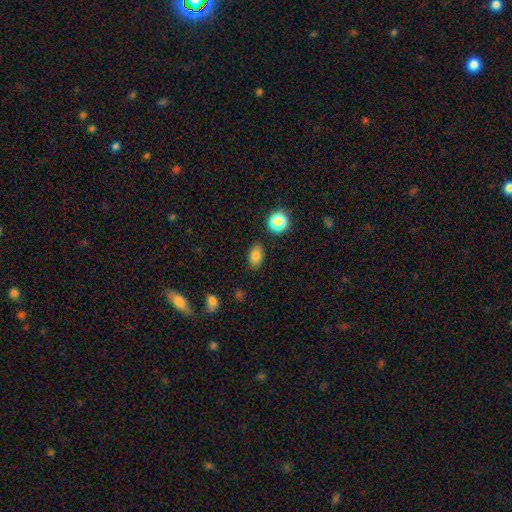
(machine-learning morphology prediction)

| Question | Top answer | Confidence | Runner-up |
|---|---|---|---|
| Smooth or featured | smooth | 80% | star or artifact (12%) |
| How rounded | in between | 84% | round (14%) |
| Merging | none | 85% | minor disturbance (10%) |